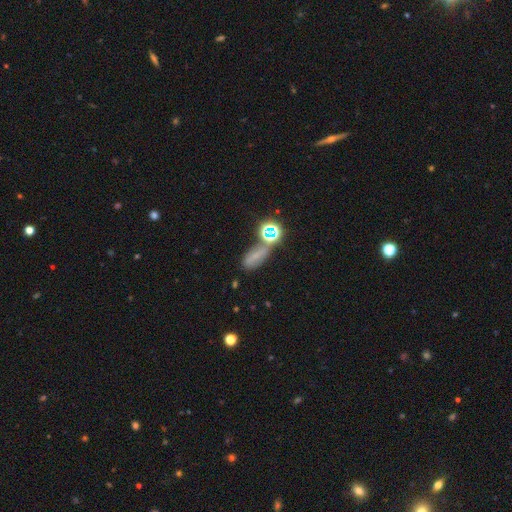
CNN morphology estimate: smooth_or_featured: smooth (p=0.48) [alt: star or artifact p=0.31]
merging: none (p=0.53) [alt: minor disturbance p=0.19]